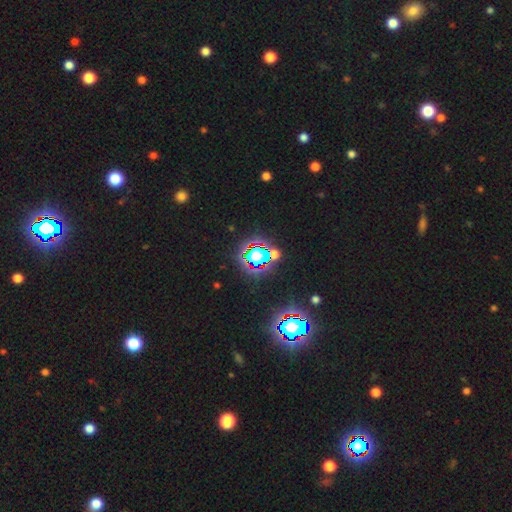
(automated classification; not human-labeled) Smooth or featured: star or artifact — 67% (smooth — 19%)